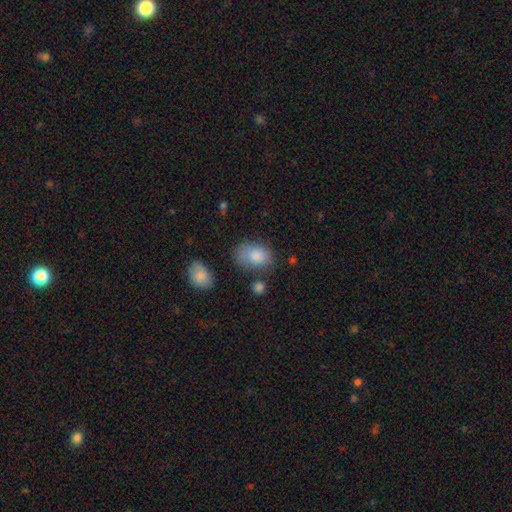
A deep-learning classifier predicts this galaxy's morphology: smooth 85%, featured or disk 8%, star or artifact 7%. Down the decision tree: how rounded — in between (80%); merging — none (57%).